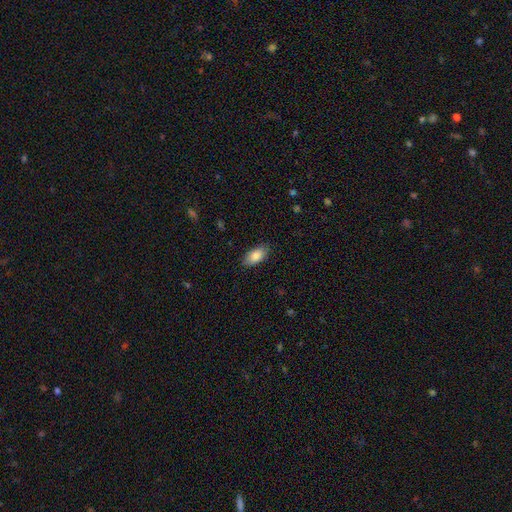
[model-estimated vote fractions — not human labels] smooth 85%, featured or disk 8%, star or artifact 7%. Down the decision tree: how rounded — in between (91%); merging — none (85%).